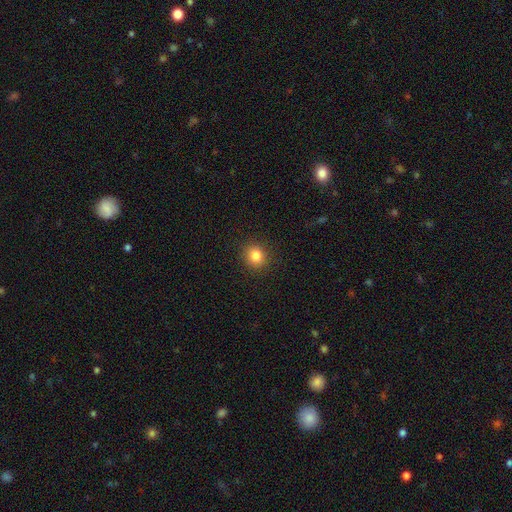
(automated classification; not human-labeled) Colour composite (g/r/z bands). It shows a smooth galaxy with no disk features (84%) that is round (85%). Merging: none (91%).